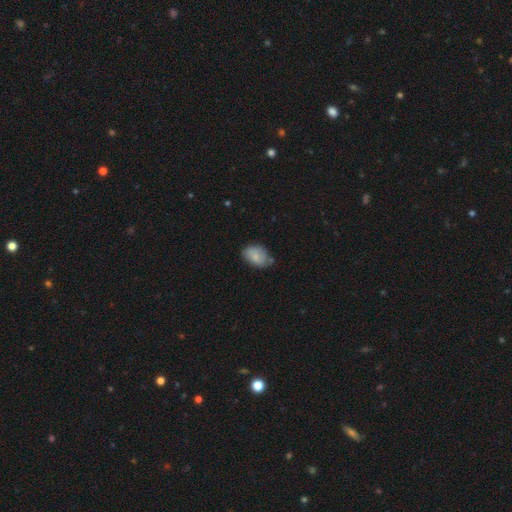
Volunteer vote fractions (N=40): smooth 85%, featured or disk 12%, star or artifact 2%. Down the decision tree: how rounded — in between (85%); merging — minor disturbance (54%).